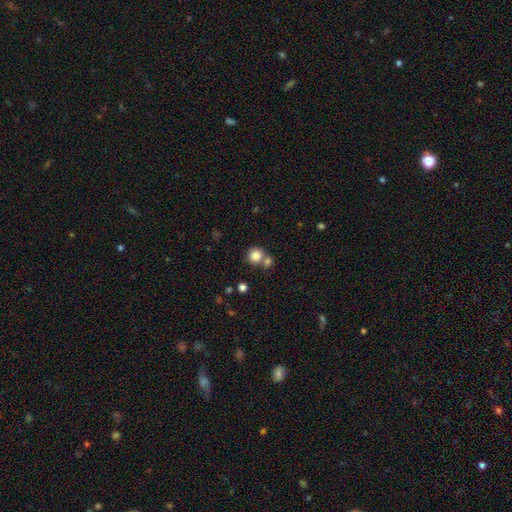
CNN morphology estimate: A smooth galaxy with no disk features (84%) that is round (89%). Merging: none (56%).